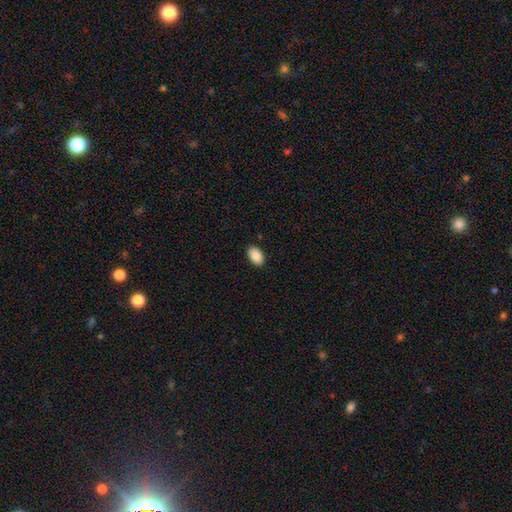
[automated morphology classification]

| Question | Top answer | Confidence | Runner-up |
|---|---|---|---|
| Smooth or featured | smooth | 90% | star or artifact (7%) |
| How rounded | in between | 93% | round (6%) |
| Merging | none | 90% | minor disturbance (8%) |